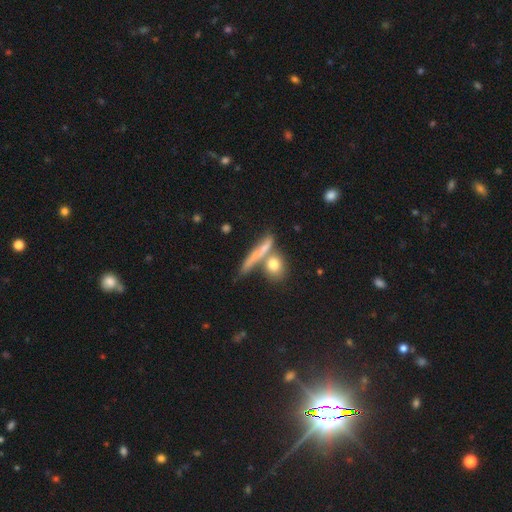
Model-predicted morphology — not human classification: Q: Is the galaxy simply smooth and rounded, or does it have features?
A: smooth — 56%.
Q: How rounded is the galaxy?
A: cigar-shaped — 66%.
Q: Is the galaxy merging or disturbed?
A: none — 49%.